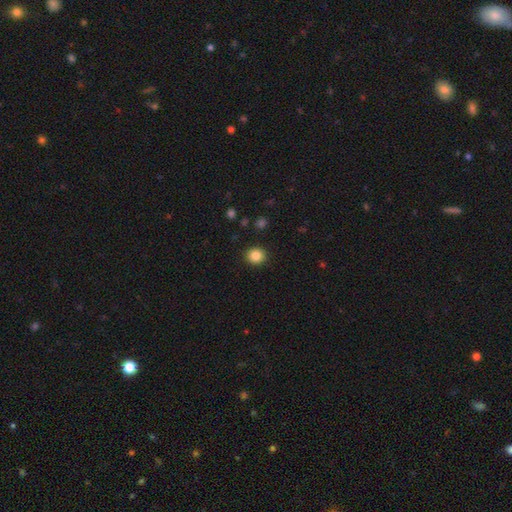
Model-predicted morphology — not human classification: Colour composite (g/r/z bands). It shows a smooth galaxy with no disk features (86%) that is round (86%). Merging: none (91%).